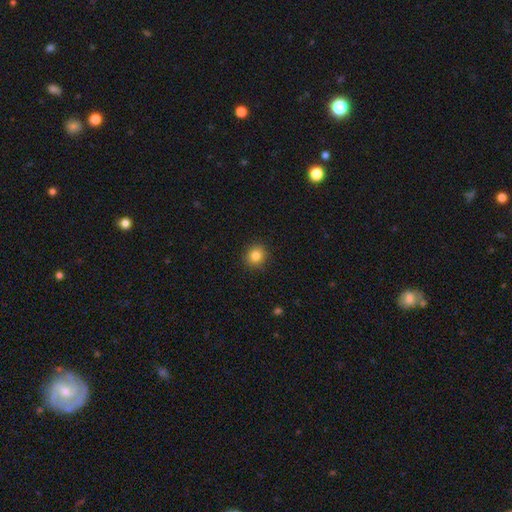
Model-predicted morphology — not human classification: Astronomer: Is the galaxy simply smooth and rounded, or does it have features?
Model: smooth — 83%.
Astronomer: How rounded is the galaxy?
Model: round — 87%.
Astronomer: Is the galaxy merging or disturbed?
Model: none — 91%.